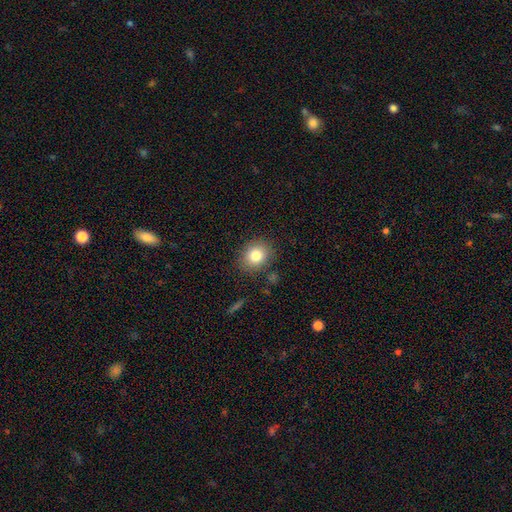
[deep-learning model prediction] This appears to be a smooth galaxy with no disk features (81%) that is round (61%). Merging: none (84%).